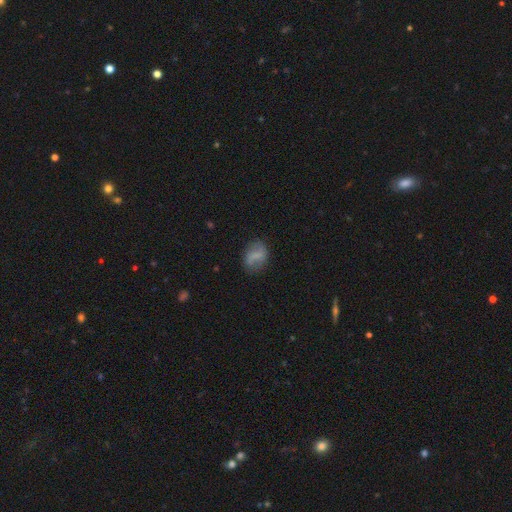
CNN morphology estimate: smooth-or-featured: smooth: 57% | featured or disk: 34% | star or artifact: 9%
  how-rounded: in between: 68% | round: 29% | cigar-shaped: 3%
  merging: none: 72% | minor disturbance: 19% | major disturbance: 7% | merger: 2%